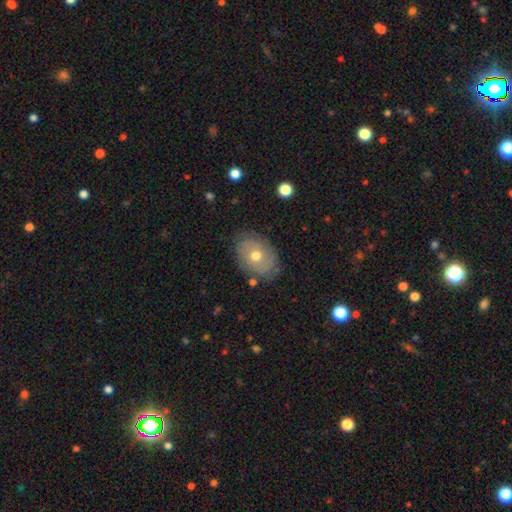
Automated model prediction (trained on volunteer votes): This is possibly a smooth galaxy (51%). How rounded: likely in between (73%). Merging: likely none (79%).